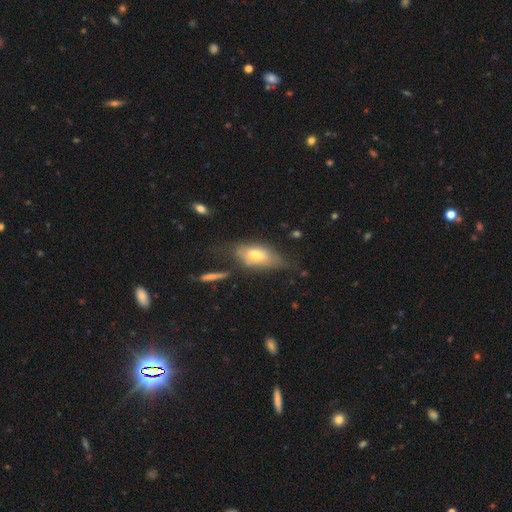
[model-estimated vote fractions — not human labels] smooth_or_featured: smooth (p=0.65) [alt: featured or disk p=0.27]
how_rounded: in between (p=0.83) [alt: cigar-shaped p=0.13]
merging: none (p=0.57) [alt: minor disturbance p=0.26]